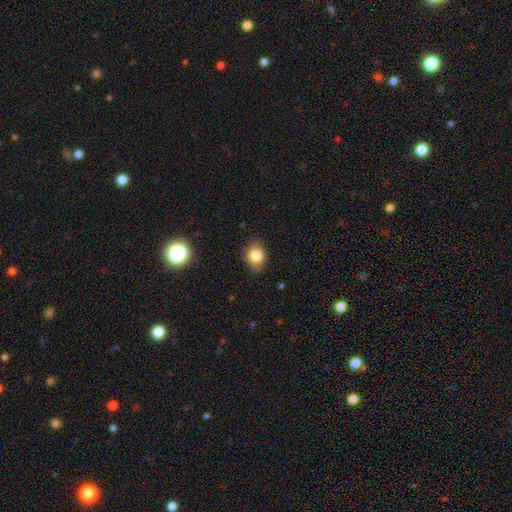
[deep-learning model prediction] A smooth galaxy with no disk features (83%) that is round (53%). Merging: none (79%).